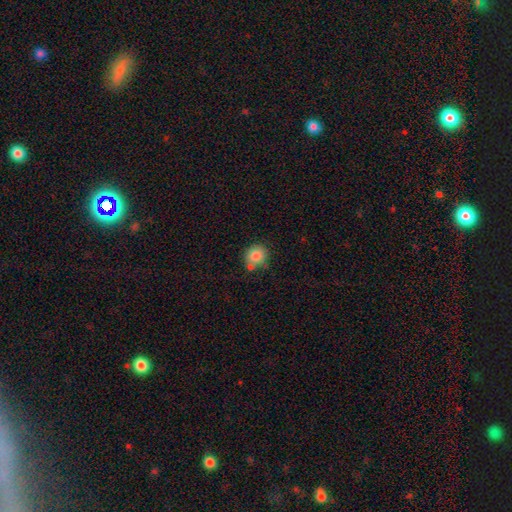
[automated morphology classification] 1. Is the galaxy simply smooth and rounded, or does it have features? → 83% smooth, 9% star or artifact, 8% featured or disk.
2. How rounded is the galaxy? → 79% round, 20% in between, 1% cigar-shaped.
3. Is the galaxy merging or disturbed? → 64% none, 17% minor disturbance, 15% merger, 4% major disturbance.